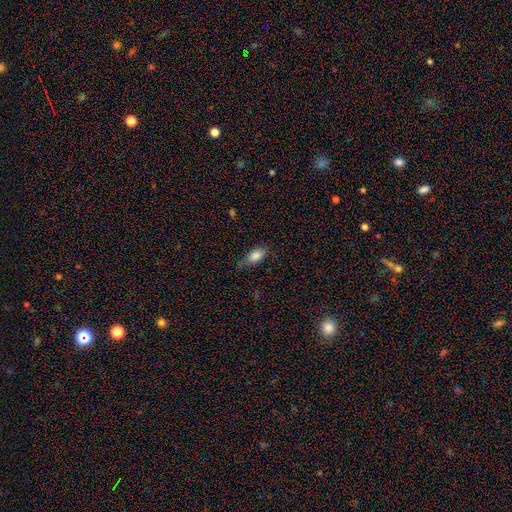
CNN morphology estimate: smooth_or_featured: smooth (p=0.82) [alt: featured or disk p=0.10]
how_rounded: in between (p=0.86) [alt: cigar-shaped p=0.09]
merging: none (p=0.61) [alt: minor disturbance p=0.29]